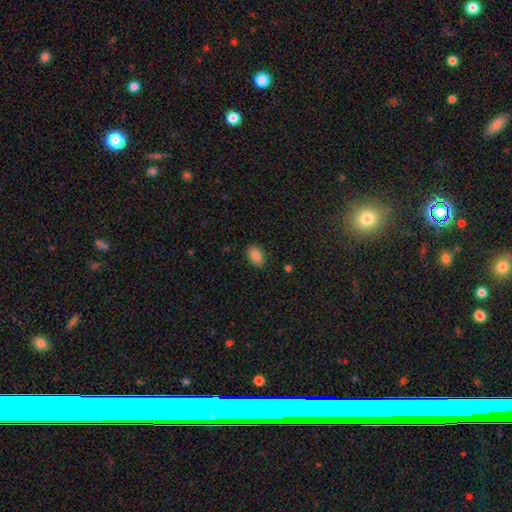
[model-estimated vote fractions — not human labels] Smooth or featured? Predicted: smooth (p=0.83). How rounded? Predicted: in between (p=0.86). Merging? Predicted: none (p=0.87).